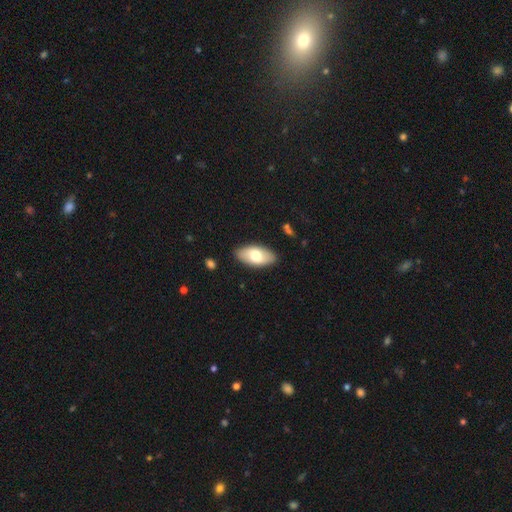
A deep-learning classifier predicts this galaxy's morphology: Overall: smooth (68%). How rounded: in between (93%). Merging: none (87%).